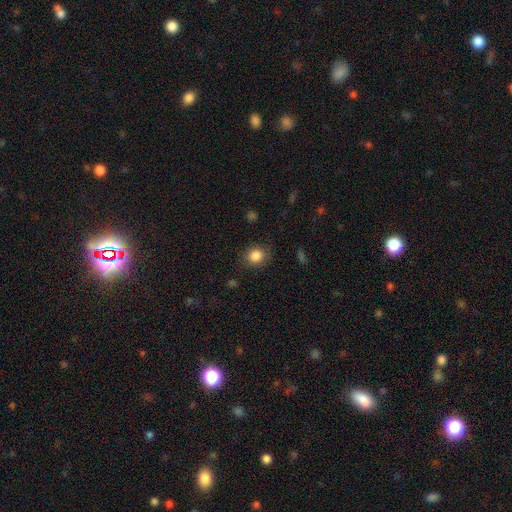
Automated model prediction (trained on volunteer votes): The model was most divided on "how rounded": round: 81%, in between: 18%, cigar-shaped: 1%. More confident: smooth or featured — smooth (85%); merging — none (84%).